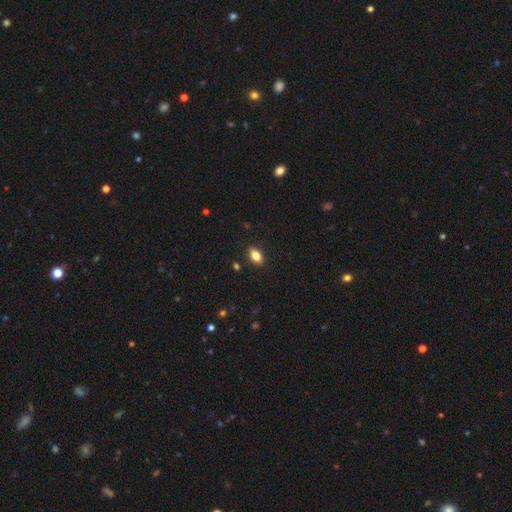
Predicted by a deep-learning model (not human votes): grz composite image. It shows a smooth galaxy with no disk features (83%) that is in between round and cigar-shaped (88%). Merging: none (88%).